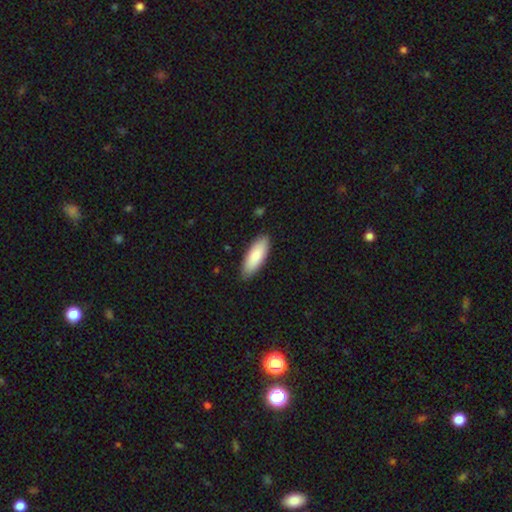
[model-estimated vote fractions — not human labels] Smooth or featured?
  - smooth: 85% *
  - featured or disk: 10%
  - star or artifact: 5%
How rounded?
  - in between: 68% *
  - cigar-shaped: 30%
  - round: 2%
Merging?
  - none: 87% *
  - minor disturbance: 10%
  - major disturbance: 2%
  - merger: 1%